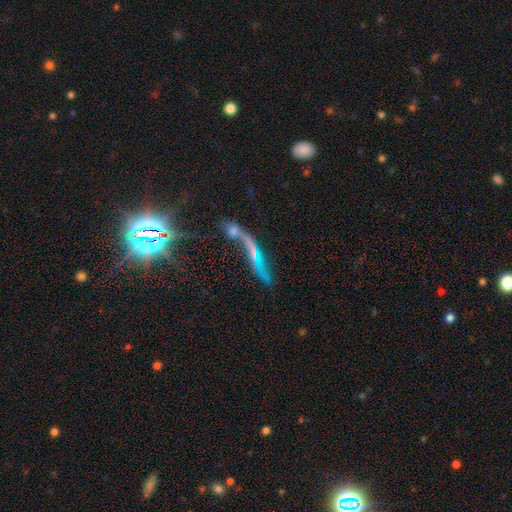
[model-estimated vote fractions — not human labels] Smooth or featured? Predicted: featured or disk (p=0.58). Edge-on disk? Predicted: no (p=0.64). Merging? Predicted: merger (p=0.46).